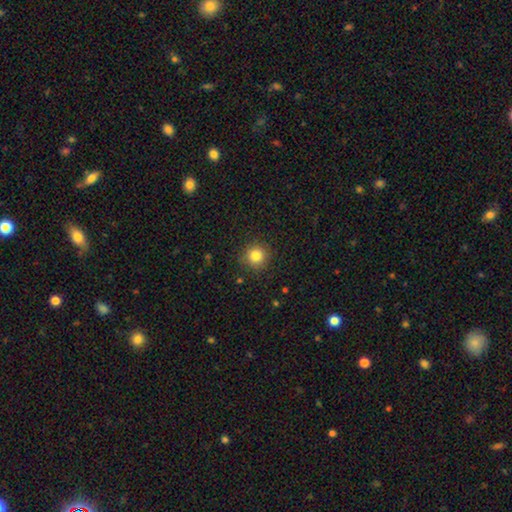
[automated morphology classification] This is clearly a smooth galaxy (83%). How rounded: clearly round (94%). Merging: clearly none (89%).